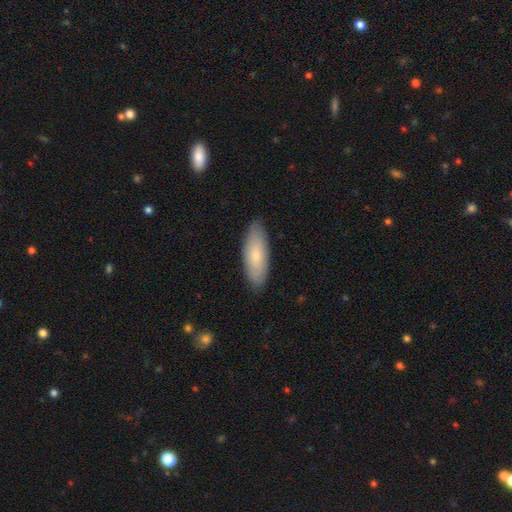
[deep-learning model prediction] Q: Smooth or featured?
A: smooth (71%); runner-up: featured or disk (23%)
Q: How rounded?
A: in between (74%); runner-up: cigar-shaped (24%)
Q: Merging?
A: none (85%); runner-up: minor disturbance (12%)